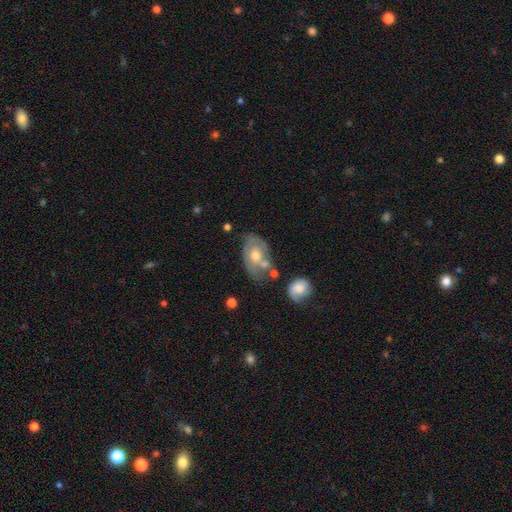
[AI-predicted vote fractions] Overall: featured or disk (56%; smooth 36%). Edge-on disk: no (93%). Bar: no (81%). Spiral arms: yes (55%; no 45%). Bulge size: moderate (71%). Merging: none (46%; minor disturbance 24%).